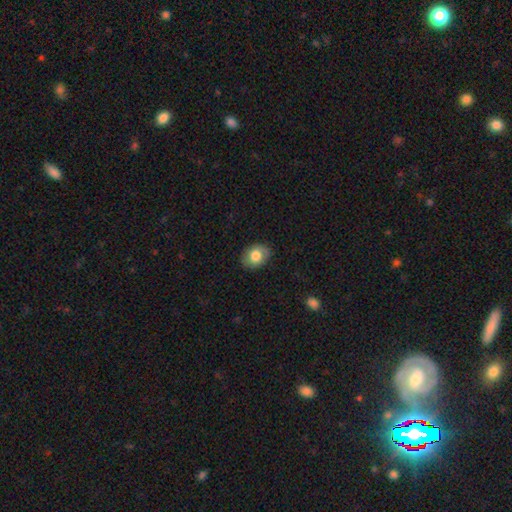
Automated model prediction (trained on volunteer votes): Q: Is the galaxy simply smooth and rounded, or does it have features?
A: smooth — 76%.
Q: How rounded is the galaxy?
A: in between — 69%.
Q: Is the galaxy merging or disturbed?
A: none — 85%.